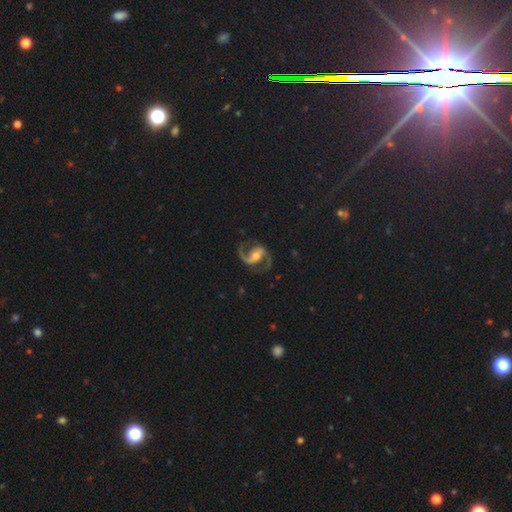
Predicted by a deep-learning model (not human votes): The model was most divided on "bar": weak: 38%, strong: 37%, no: 24%. More confident: edge-on disk — no (98%); spiral arms — yes (98%); spiral arm count — 2 (92%); smooth or featured — featured or disk (91%); merging — none (77%); bulge size — moderate (57%); spiral winding — medium (56%).